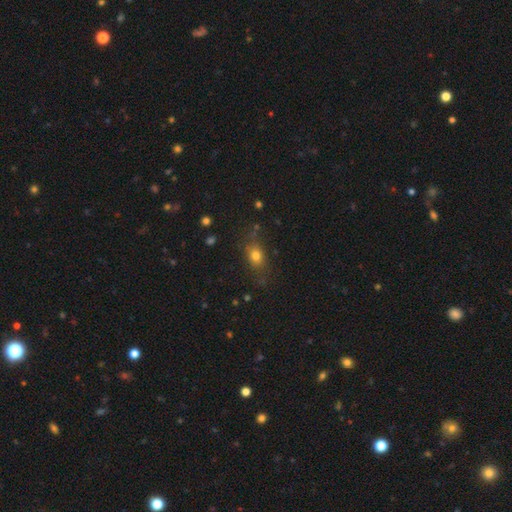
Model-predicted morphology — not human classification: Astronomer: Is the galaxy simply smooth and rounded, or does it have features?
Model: smooth — 75%.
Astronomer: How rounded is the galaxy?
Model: in between — 63%.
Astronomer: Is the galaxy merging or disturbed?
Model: none — 75%.